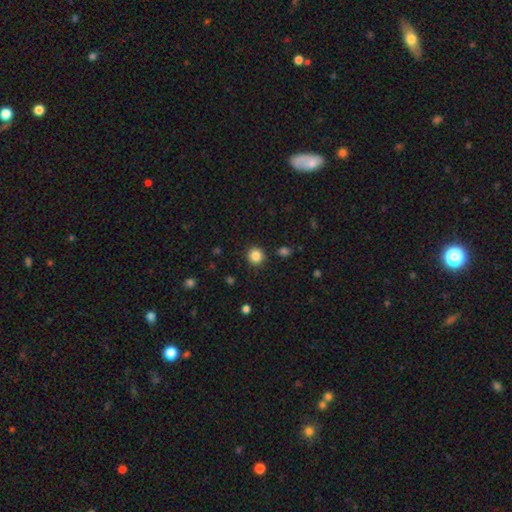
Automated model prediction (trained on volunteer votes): Smooth or featured?
  - smooth: 85% *
  - star or artifact: 11%
  - featured or disk: 4%
How rounded?
  - round: 92% *
  - in between: 7%
  - cigar-shaped: 1%
Merging?
  - none: 90% *
  - minor disturbance: 6%
  - major disturbance: 2%
  - merger: 2%